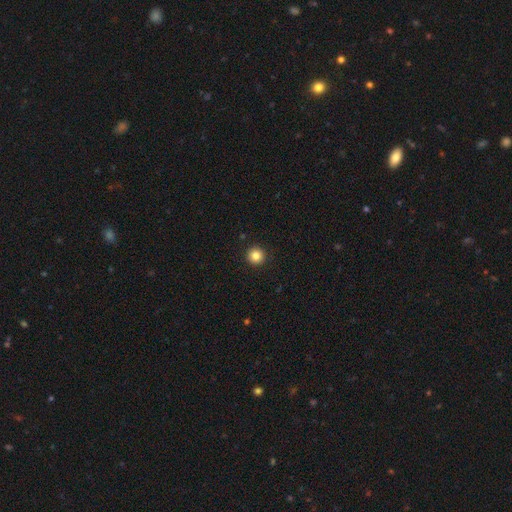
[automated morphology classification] This is clearly a smooth galaxy (85%). How rounded: clearly round (96%). Merging: clearly none (94%).